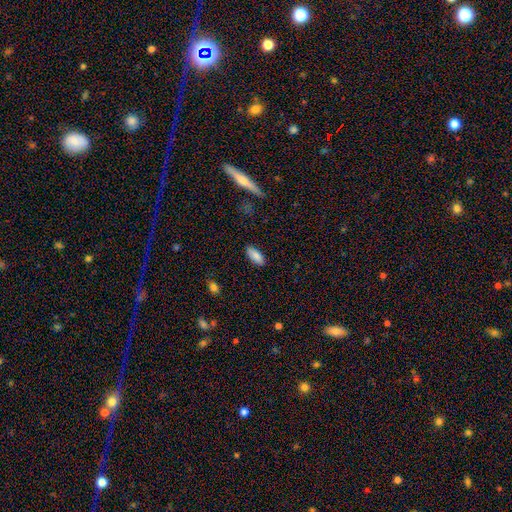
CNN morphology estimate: This appears to be a smooth galaxy with no disk features (87%) that is in between round and cigar-shaped (83%). Merging: none (87%).